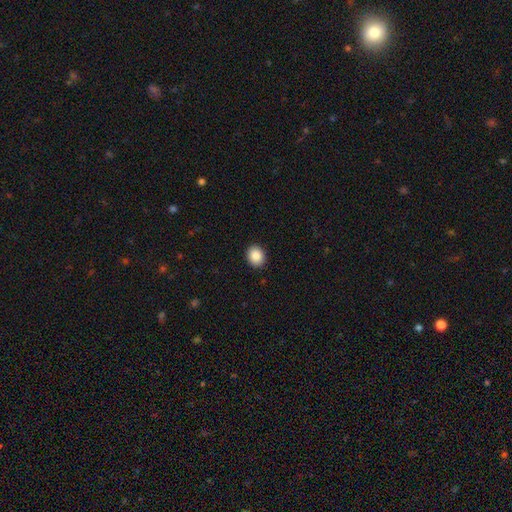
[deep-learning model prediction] This appears to be a smooth galaxy with no disk features (88%) that is round (56%). Merging: none (91%).